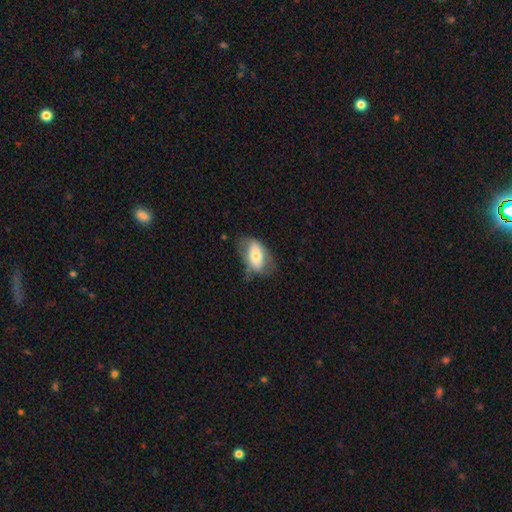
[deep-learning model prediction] smooth_or_featured: smooth (p=0.61) [alt: featured or disk p=0.32]
how_rounded: in between (p=0.90) [alt: round p=0.07]
merging: none (p=0.55) [alt: minor disturbance p=0.29]